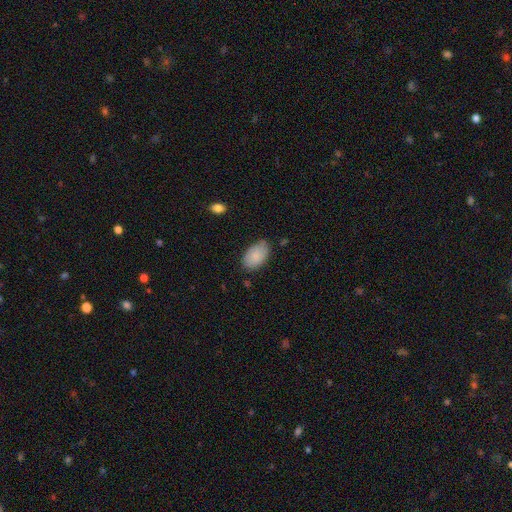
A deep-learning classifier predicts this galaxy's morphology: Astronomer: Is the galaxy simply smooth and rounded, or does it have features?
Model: smooth — 88%.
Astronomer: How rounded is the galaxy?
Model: in between — 94%.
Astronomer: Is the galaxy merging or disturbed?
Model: none — 73%.